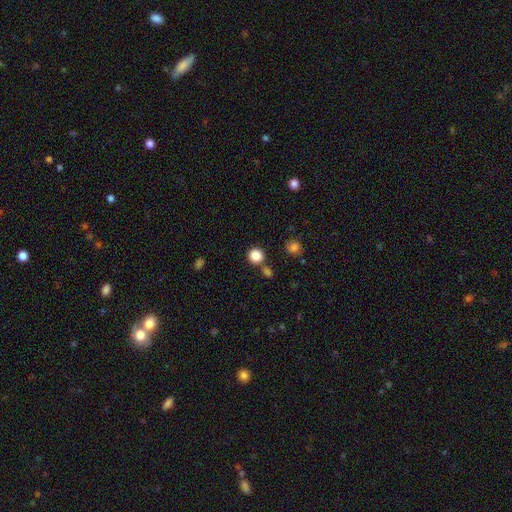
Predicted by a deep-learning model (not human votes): This is clearly a smooth galaxy (85%). How rounded: clearly round (93%). Merging: likely none (76%).